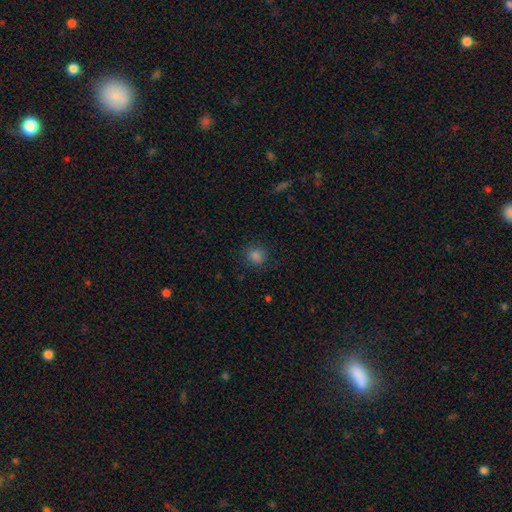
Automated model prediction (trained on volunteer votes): smooth 79%, star or artifact 16%, featured or disk 5%. Down the decision tree: how rounded — round (82%); merging — none (85%).